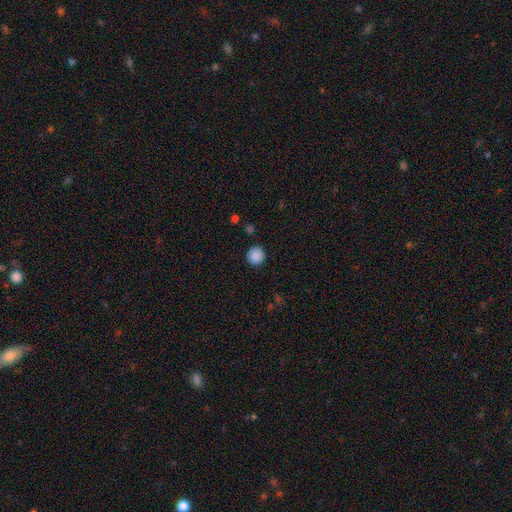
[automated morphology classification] This appears to be a smooth galaxy with no disk features (88%) that is round (94%). Merging: none (90%).